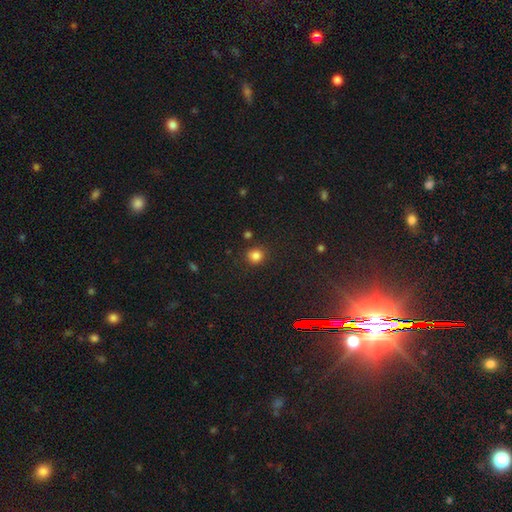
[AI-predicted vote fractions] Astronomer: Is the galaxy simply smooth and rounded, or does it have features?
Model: smooth — 83%.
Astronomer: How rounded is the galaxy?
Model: round — 87%.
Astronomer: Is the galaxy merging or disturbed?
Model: none — 86%.